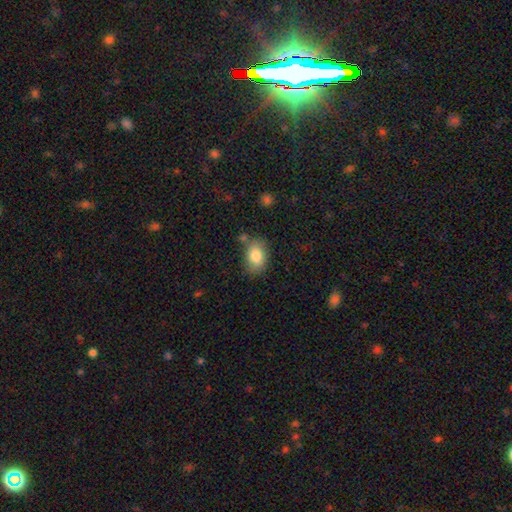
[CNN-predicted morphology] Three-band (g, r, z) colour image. It shows a smooth galaxy with no disk features (83%) that is in between round and cigar-shaped (80%). Merging: none (72%).